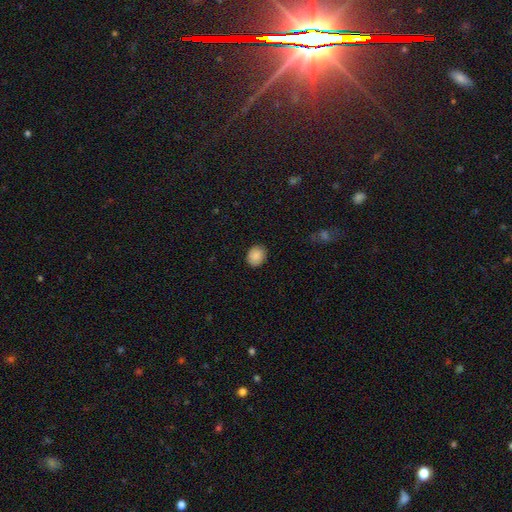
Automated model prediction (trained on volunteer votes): Overall: smooth (88%). How rounded: round (64%; in between 35%). Merging: none (88%).